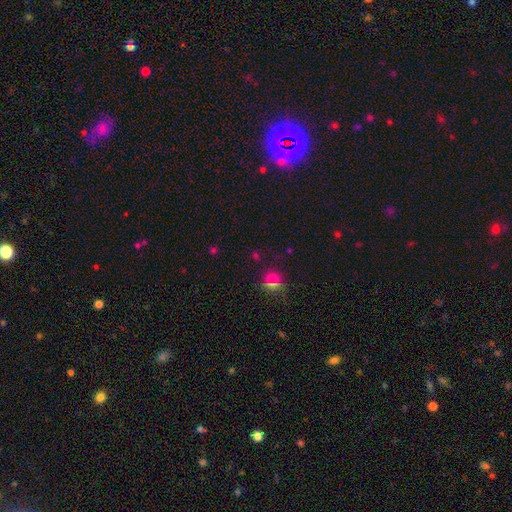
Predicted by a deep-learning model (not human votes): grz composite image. It shows a star or artifact, not a galaxy (49%).